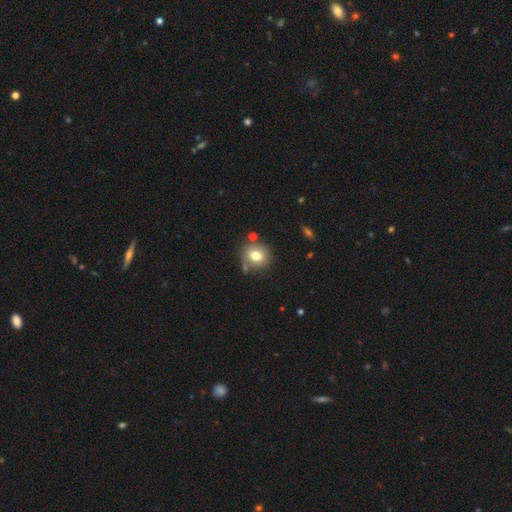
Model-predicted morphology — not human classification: Q: Smooth or featured?
A: smooth (74%); runner-up: featured or disk (15%)
Q: How rounded?
A: round (78%); runner-up: in between (21%)
Q: Merging?
A: none (71%); runner-up: minor disturbance (15%)